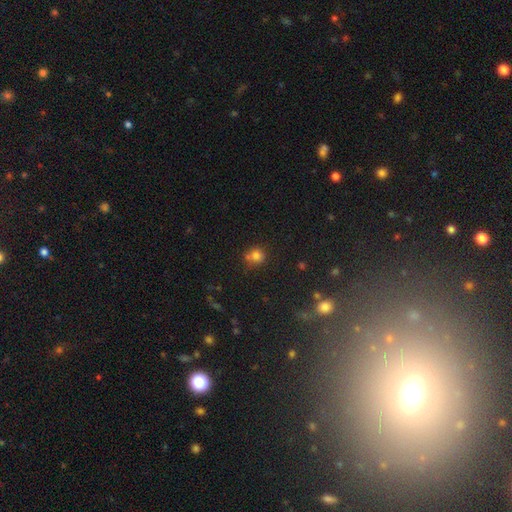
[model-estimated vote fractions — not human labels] Q: Smooth or featured?
A: smooth (76%); runner-up: star or artifact (16%)
Q: How rounded?
A: round (83%); runner-up: in between (16%)
Q: Merging?
A: none (57%); runner-up: merger (23%)